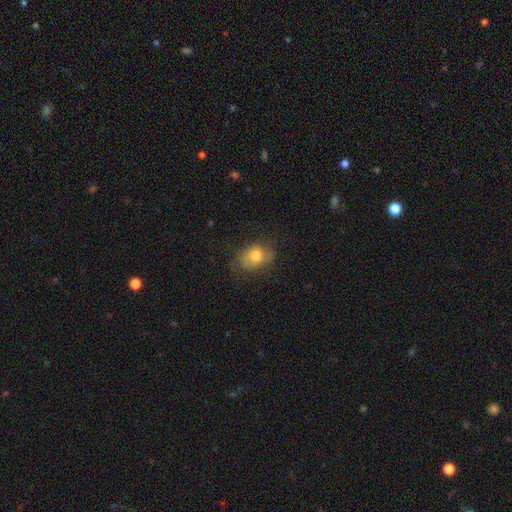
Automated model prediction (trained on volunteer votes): The model was most divided on "how rounded": in between: 59%, round: 40%, cigar-shaped: 1%. More confident: smooth or featured — smooth (75%); merging — none (66%).